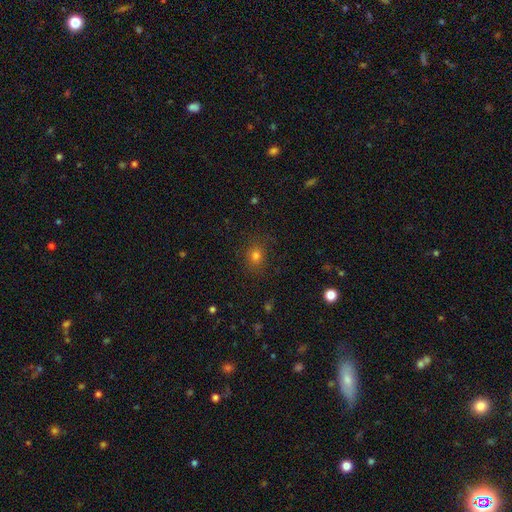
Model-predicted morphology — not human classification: smooth_or_featured: smooth (p=0.75) [alt: star or artifact p=0.18]
how_rounded: round (p=0.69) [alt: in between p=0.30]
merging: none (p=0.82) [alt: minor disturbance p=0.12]